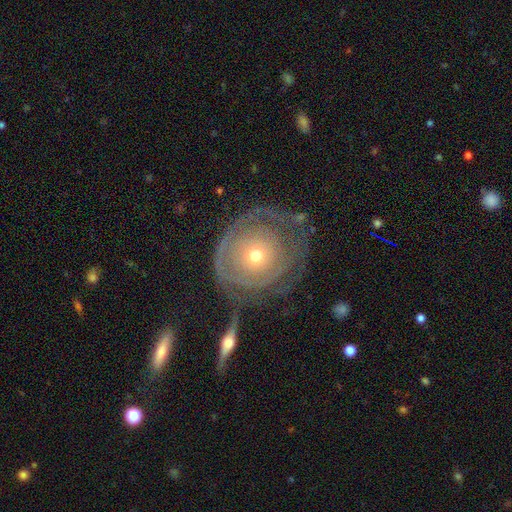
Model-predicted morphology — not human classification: Smooth or featured?
  - featured or disk: 69% *
  - smooth: 25%
  - star or artifact: 7%
Edge-on disk?
  - no: 96% *
  - yes: 4%
Bar?
  - no: 87% *
  - weak: 9%
  - strong: 3%
Spiral arms?
  - yes: 66% *
  - no: 34%
Bulge size?
  - small: 51% *
  - moderate: 44%
  - large: 3%
  - dominant: 1%
  - none: 1%
Merging?
  - none: 51% *
  - major disturbance: 24%
  - minor disturbance: 20%
  - merger: 6%